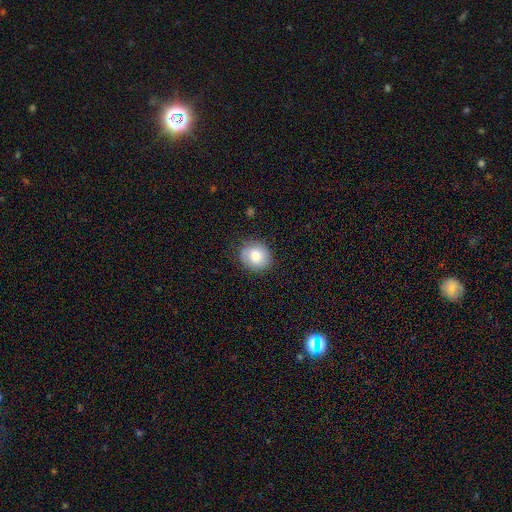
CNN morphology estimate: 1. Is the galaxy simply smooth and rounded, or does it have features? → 75% smooth, 16% featured or disk, 8% star or artifact.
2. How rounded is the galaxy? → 78% round, 21% in between, 1% cigar-shaped.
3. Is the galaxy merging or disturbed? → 81% none, 14% minor disturbance, 4% major disturbance, 1% merger.